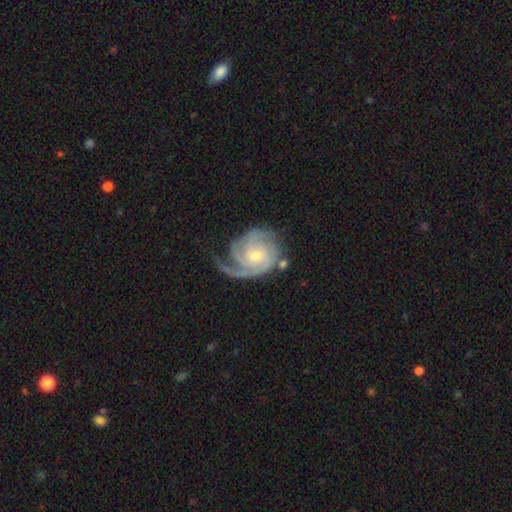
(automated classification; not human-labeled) Smooth or featured? Predicted: featured or disk (p=0.91). Edge-on disk? Predicted: no (p=0.98). Bar? Predicted: no (p=0.59). Spiral arms? Predicted: yes (p=0.98). Spiral winding? Predicted: tight (p=0.60). Spiral arm count? Predicted: 3 (p=0.38). Bulge size? Predicted: small (p=0.57). Merging? Predicted: none (p=0.60).